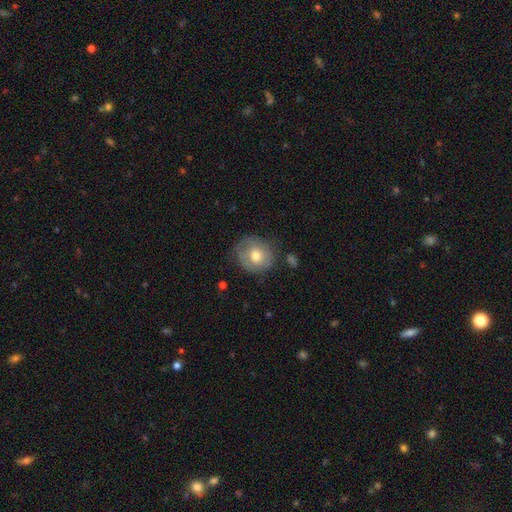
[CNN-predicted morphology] This appears to be a smooth galaxy with no disk features (65%) that is round (79%). Merging: none (66%).